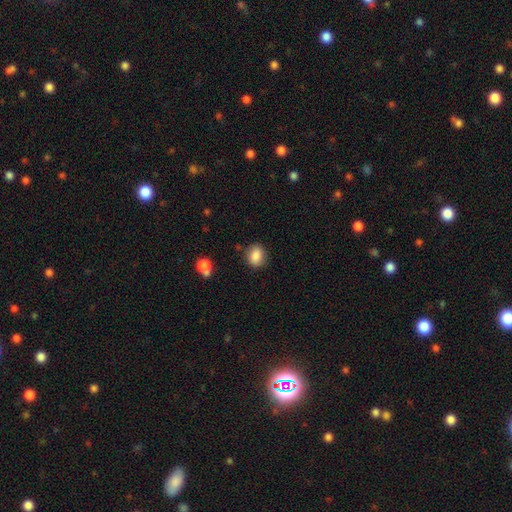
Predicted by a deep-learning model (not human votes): Smooth or featured: smooth — 85% (star or artifact — 9%)
How rounded: in between — 51% (round — 48%)
Merging: none — 80% (minor disturbance — 13%)